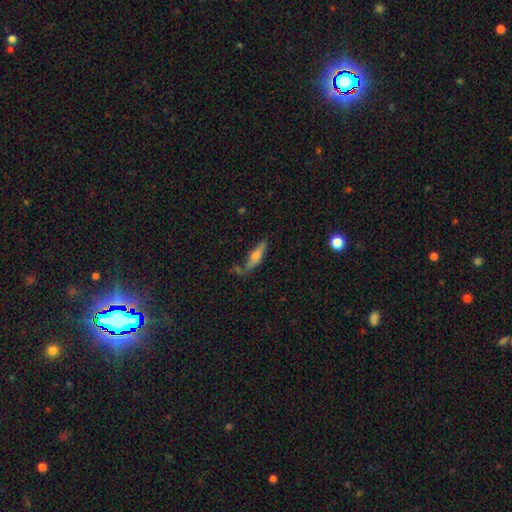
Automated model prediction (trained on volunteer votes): A smooth galaxy with no disk features (50%) that is cigar-shaped (72%).

Vote fractions:
- Smooth or featured? smooth: 50% / featured or disk: 42% / star or artifact: 8%
- How rounded? cigar-shaped: 72% / in between: 25% / round: 3%
- Merging? none: 56% / minor disturbance: 25% / major disturbance: 11% / merger: 8%